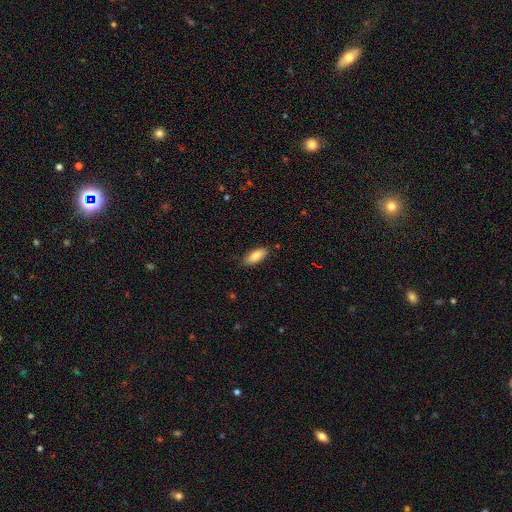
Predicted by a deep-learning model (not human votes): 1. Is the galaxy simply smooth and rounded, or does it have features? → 84% smooth, 10% featured or disk, 7% star or artifact.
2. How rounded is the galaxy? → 84% in between, 14% cigar-shaped, 2% round.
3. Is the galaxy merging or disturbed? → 83% none, 14% minor disturbance, 2% major disturbance, 1% merger.